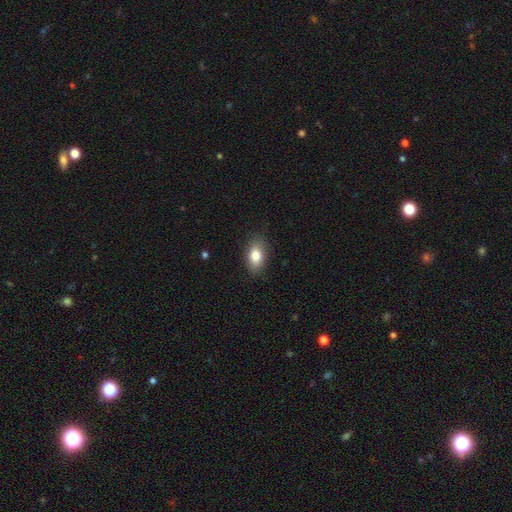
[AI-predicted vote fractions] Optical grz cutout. It shows a smooth galaxy with no disk features (81%) that is in between round and cigar-shaped (89%). Merging: none (84%).